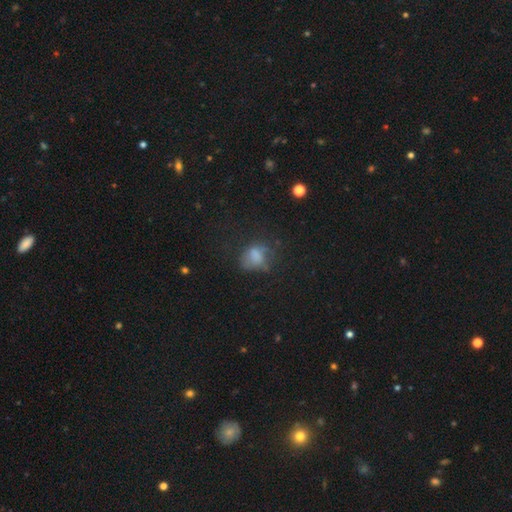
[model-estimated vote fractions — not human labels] A smooth galaxy with no disk features (60%) that is in between round and cigar-shaped (57%).

Vote fractions:
- Smooth or featured? smooth: 60% / featured or disk: 21% / star or artifact: 18%
- How rounded? in between: 57% / round: 42% / cigar-shaped: 2%
- Merging? none: 40% / major disturbance: 32% / minor disturbance: 25% / merger: 4%